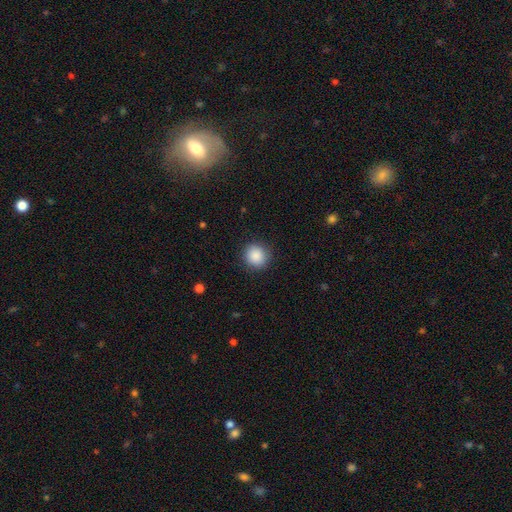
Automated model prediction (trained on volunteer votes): The model was most divided on "how rounded": round: 90%, in between: 9%, cigar-shaped: 1%. More confident: merging — none (90%); smooth or featured — smooth (89%).